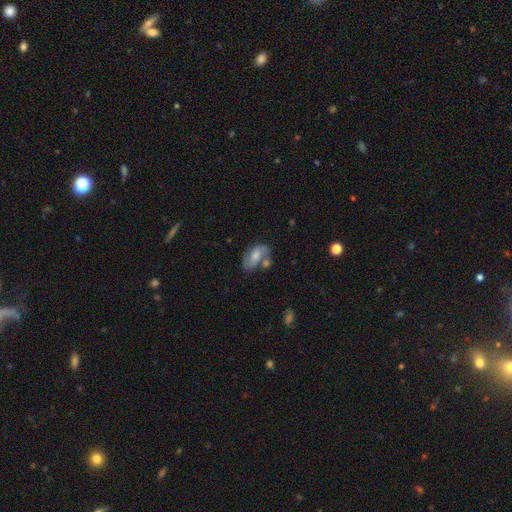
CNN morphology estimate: A featured or disk galaxy (47%). Merging: none (51%).